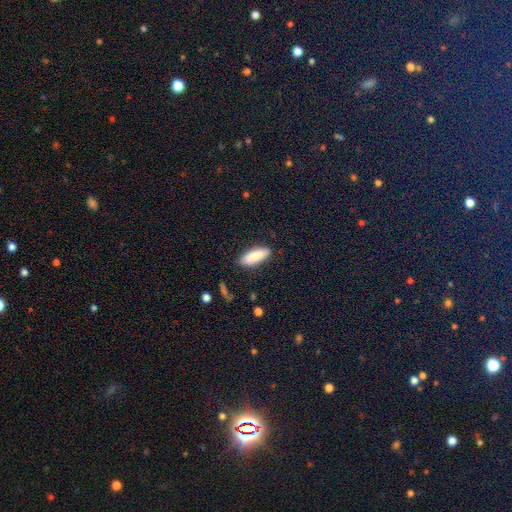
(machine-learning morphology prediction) A smooth galaxy with no disk features (86%) that is in between round and cigar-shaped (66%).

Vote fractions:
- Smooth or featured? smooth: 86% / featured or disk: 8% / star or artifact: 6%
- How rounded? in between: 66% / cigar-shaped: 32% / round: 2%
- Merging? none: 85% / minor disturbance: 11% / major disturbance: 3% / merger: 1%